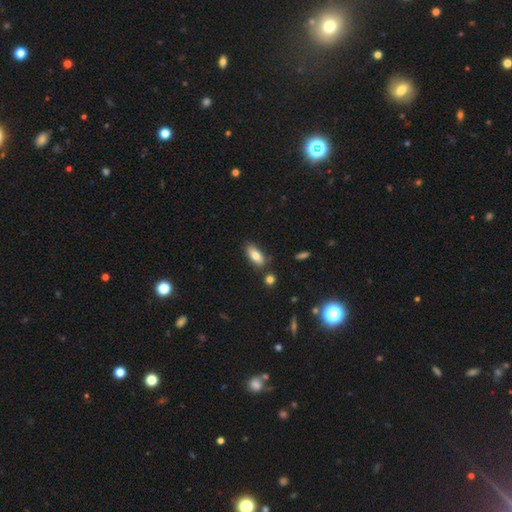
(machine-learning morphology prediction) smooth_or_featured: smooth (p=0.79) [alt: featured or disk p=0.14]
how_rounded: in between (p=0.79) [alt: cigar-shaped p=0.18]
merging: none (p=0.76) [alt: minor disturbance p=0.15]